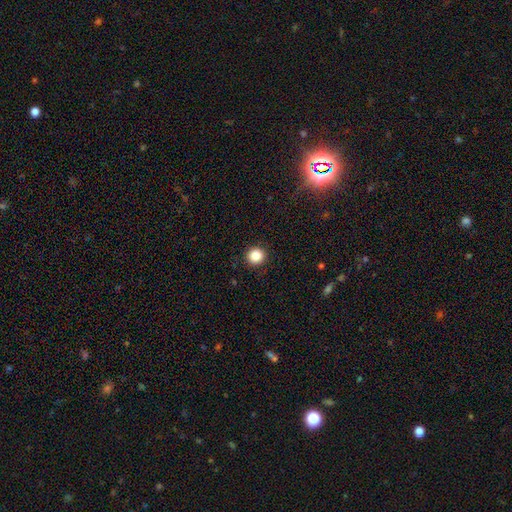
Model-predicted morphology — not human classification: Q: Smooth or featured?
A: smooth (87%); runner-up: star or artifact (10%)
Q: How rounded?
A: round (94%); runner-up: in between (5%)
Q: Merging?
A: none (92%); runner-up: minor disturbance (5%)